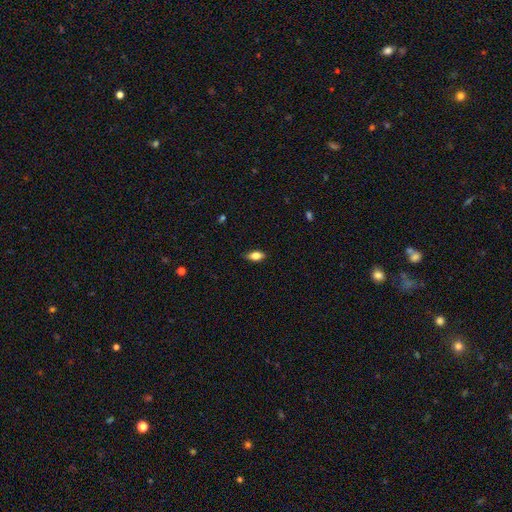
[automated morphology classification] Overall: smooth (76%). How rounded: in between (86%). Merging: none (82%).